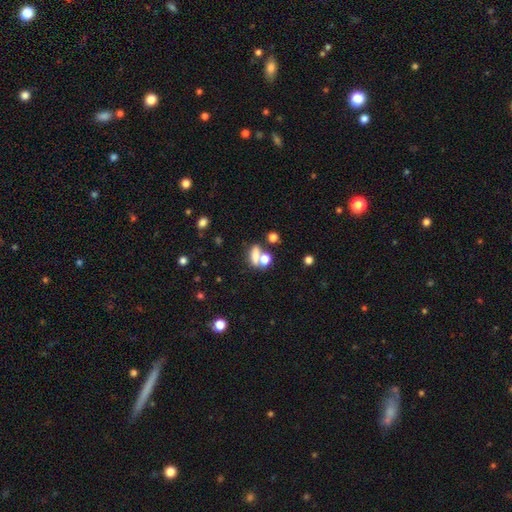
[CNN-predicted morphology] The model was most divided on "merging": none: 47%, merger: 35%, minor disturbance: 11%, major disturbance: 7%. Remaining: smooth or featured — smooth (69%); how rounded — in between (49%).